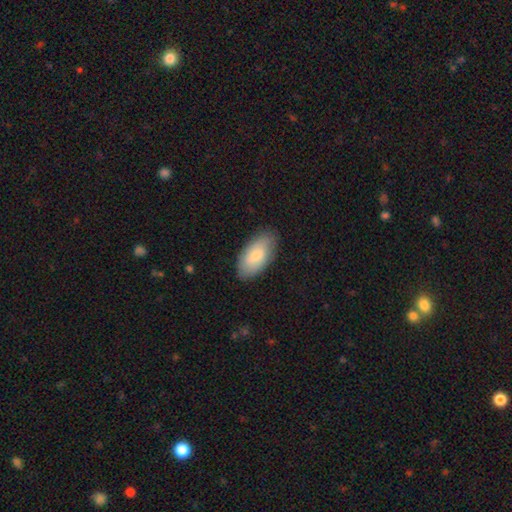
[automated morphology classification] Smooth or featured: smooth — 76% (featured or disk — 18%)
How rounded: in between — 94% (cigar-shaped — 4%)
Merging: none — 84% (minor disturbance — 13%)